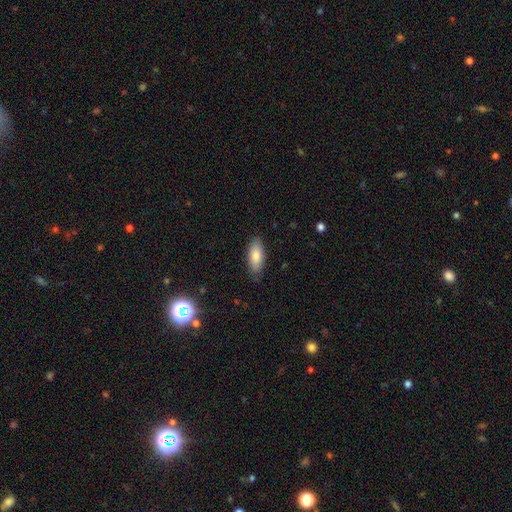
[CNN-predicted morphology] smooth_or_featured: smooth (p=0.81) [alt: featured or disk p=0.13]
how_rounded: in between (p=0.81) [alt: cigar-shaped p=0.17]
merging: none (p=0.83) [alt: minor disturbance p=0.14]